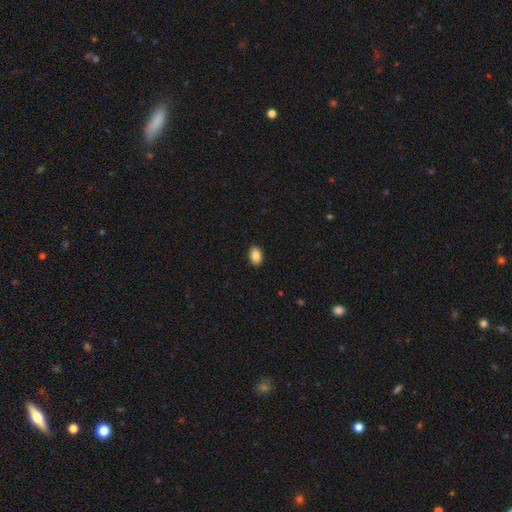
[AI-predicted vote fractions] This is clearly a smooth galaxy (87%). How rounded: clearly in between (83%). Merging: clearly none (90%).